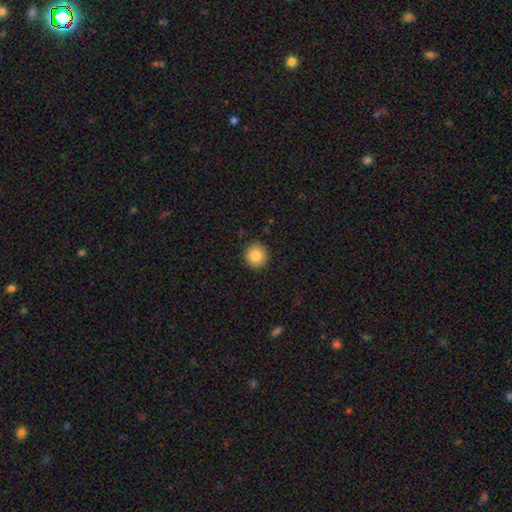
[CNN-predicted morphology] Smooth or featured? Predicted: smooth (p=0.86). How rounded? Predicted: round (p=0.93). Merging? Predicted: none (p=0.91).